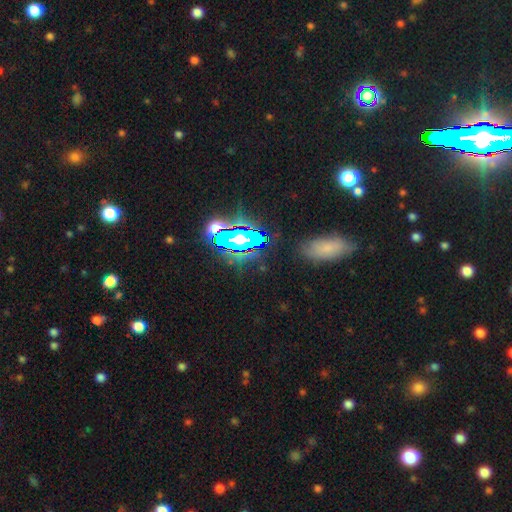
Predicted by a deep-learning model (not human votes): This appears to be a star or artifact, not a galaxy (71%).